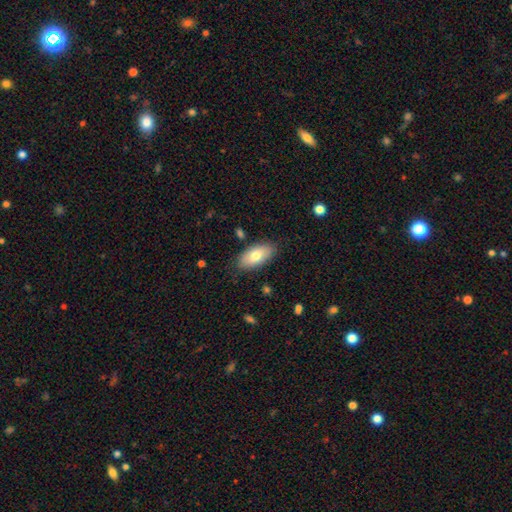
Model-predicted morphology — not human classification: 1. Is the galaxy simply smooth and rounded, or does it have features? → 74% smooth, 19% featured or disk, 6% star or artifact.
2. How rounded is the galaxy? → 92% in between, 5% cigar-shaped, 3% round.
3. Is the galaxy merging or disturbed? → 82% none, 13% minor disturbance, 3% major disturbance, 2% merger.